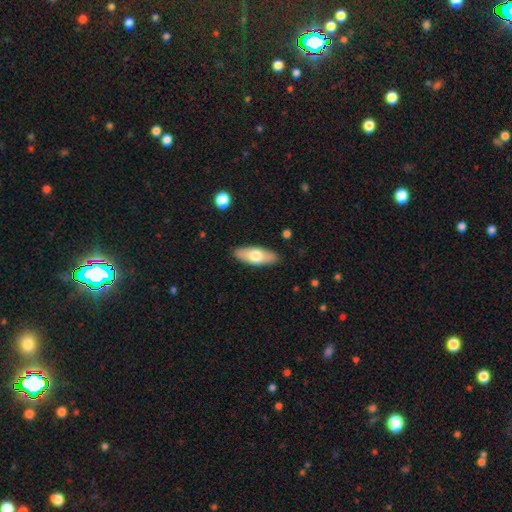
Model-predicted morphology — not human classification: Smooth or featured? smooth (64%)
How rounded? in between (74%)
Merging? none (88%)